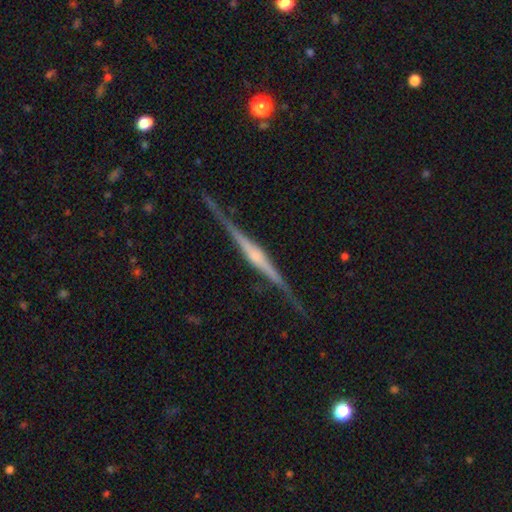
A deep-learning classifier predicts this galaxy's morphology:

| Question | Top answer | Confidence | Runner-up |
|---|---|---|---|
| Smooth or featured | featured or disk | 86% | smooth (8%) |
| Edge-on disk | yes | 98% | no (2%) |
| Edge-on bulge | rounded | 71% | boxy (18%) |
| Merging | none | 86% | minor disturbance (10%) |